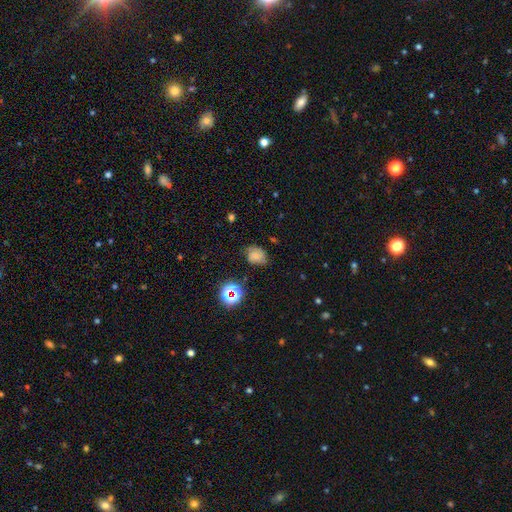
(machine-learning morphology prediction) Smooth or featured: smooth — 52% (featured or disk — 29%)
How rounded: in between — 52% (round — 47%)
Merging: none — 64% (minor disturbance — 26%)